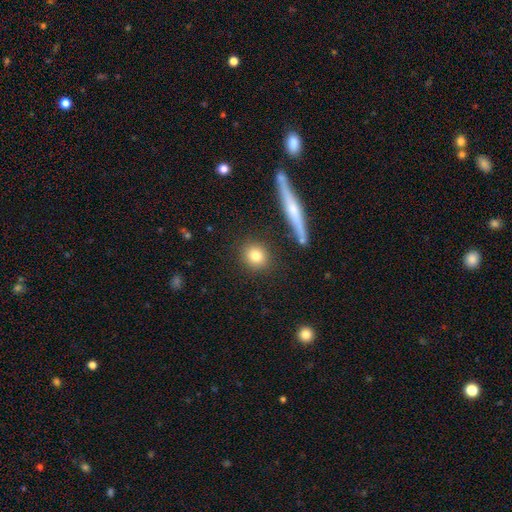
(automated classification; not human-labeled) Smooth or featured: smooth — 81% (featured or disk — 10%)
How rounded: round — 81% (in between — 15%)
Merging: none — 86% (minor disturbance — 8%)